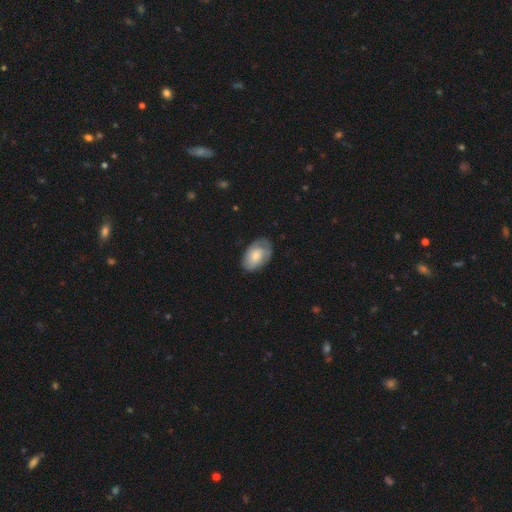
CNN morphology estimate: type=smooth (64%); roundness=in between (91%); merging=none (72%).